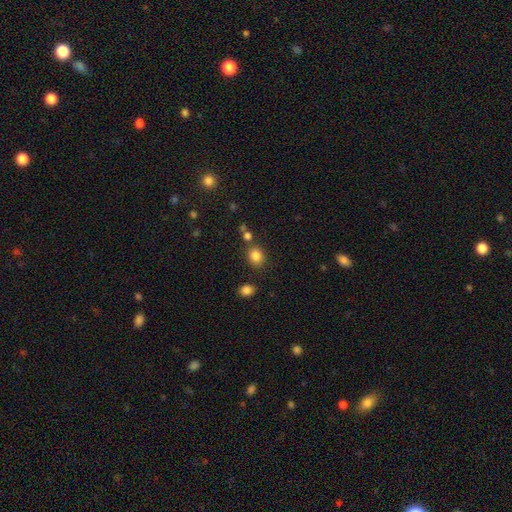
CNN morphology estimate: smooth_or_featured: smooth (p=0.84) [alt: star or artifact p=0.11]
how_rounded: round (p=0.64) [alt: in between p=0.35]
merging: none (p=0.76) [alt: minor disturbance p=0.11]